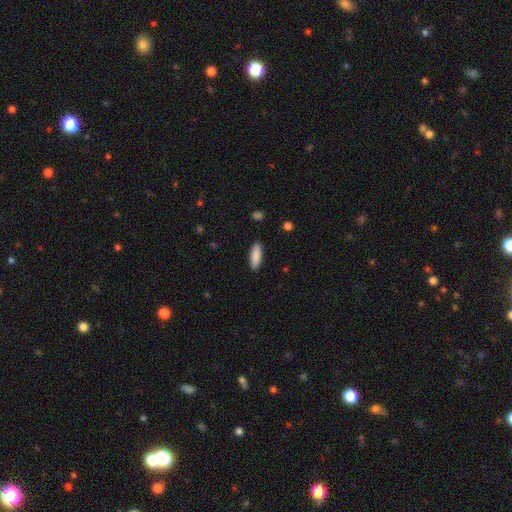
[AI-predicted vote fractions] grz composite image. It shows a smooth galaxy with no disk features (89%) that is in between round and cigar-shaped (65%). Merging: none (89%).